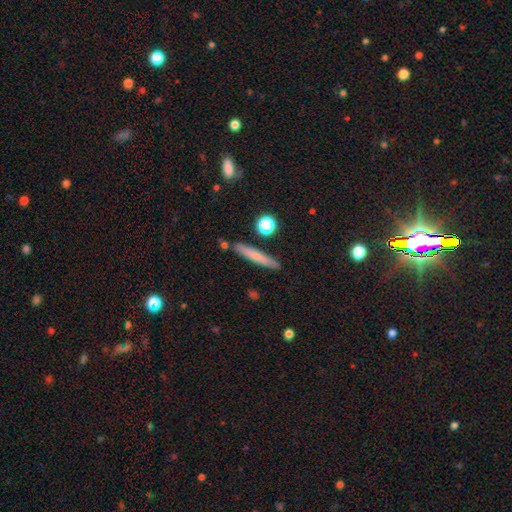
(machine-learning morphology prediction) A smooth galaxy with no disk features (61%) that is cigar-shaped (93%). Merging: none (86%).